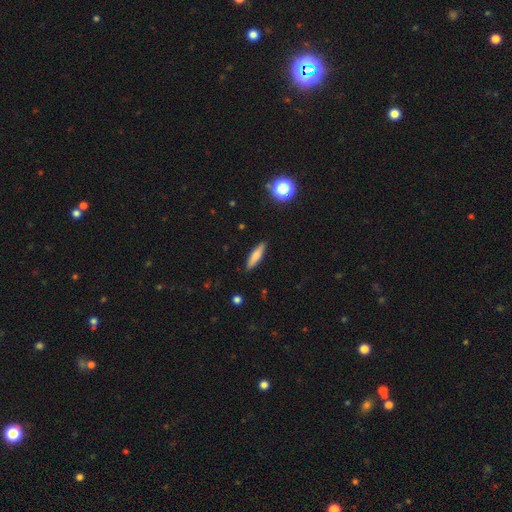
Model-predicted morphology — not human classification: This is likely a smooth galaxy (69%). How rounded: likely cigar-shaped (72%). Merging: clearly none (89%).